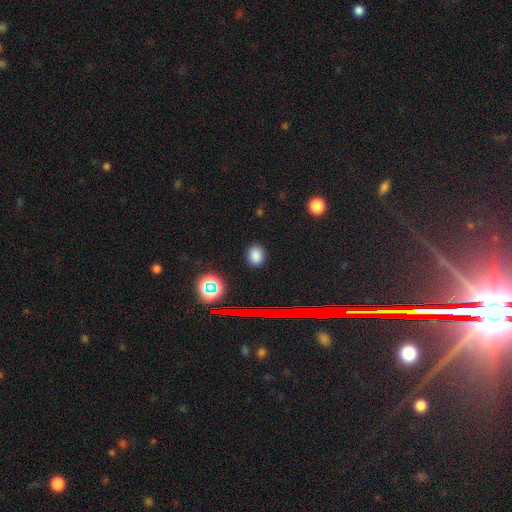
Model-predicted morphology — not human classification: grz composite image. It shows a smooth galaxy with no disk features (81%) that is in between round and cigar-shaped (61%). Merging: none (89%).